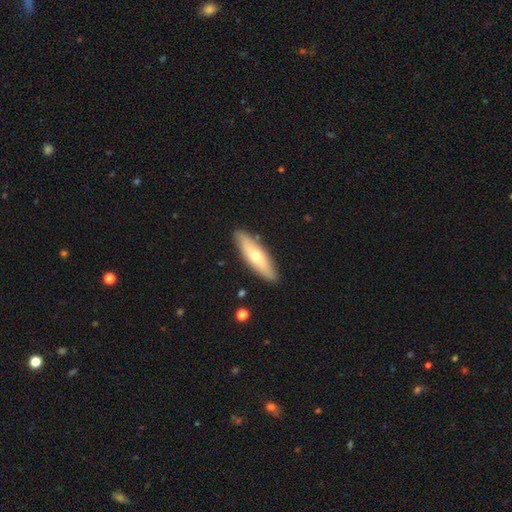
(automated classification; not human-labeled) This appears to be a smooth galaxy with no disk features (52%) that is cigar-shaped (57%). Merging: none (88%).